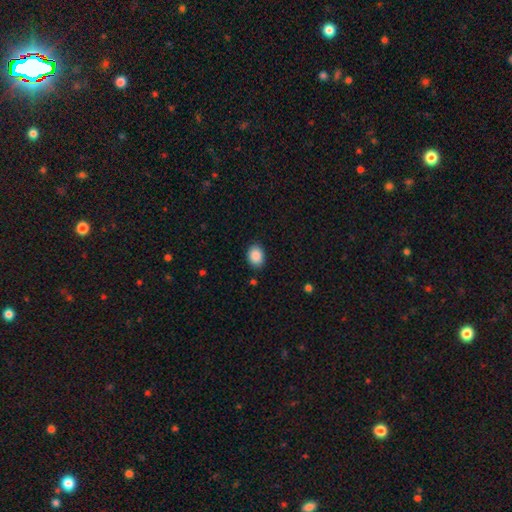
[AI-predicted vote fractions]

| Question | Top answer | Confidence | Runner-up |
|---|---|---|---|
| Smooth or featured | smooth | 89% | star or artifact (7%) |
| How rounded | in between | 68% | round (31%) |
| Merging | none | 86% | minor disturbance (10%) |